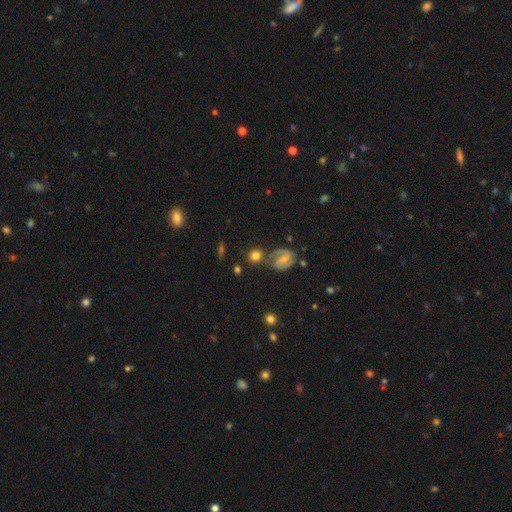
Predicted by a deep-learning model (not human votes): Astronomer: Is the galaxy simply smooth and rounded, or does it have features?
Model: smooth — 65%.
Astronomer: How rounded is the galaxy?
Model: round — 87%.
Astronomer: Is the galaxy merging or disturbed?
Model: none — 67%.